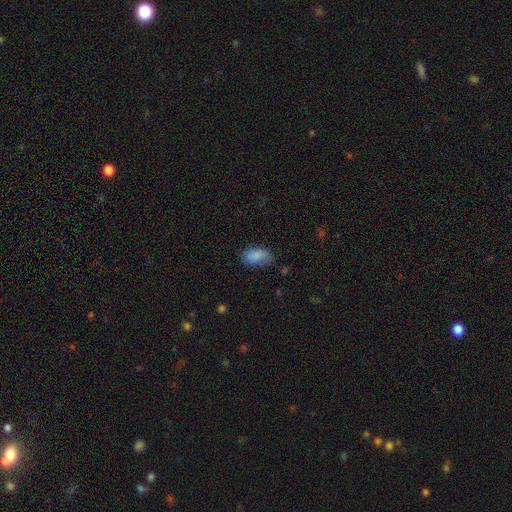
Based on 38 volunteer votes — Smooth or featured? 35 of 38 (92%) said smooth. How rounded? 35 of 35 (100%) said in between. Merging? 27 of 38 (71%) said none.